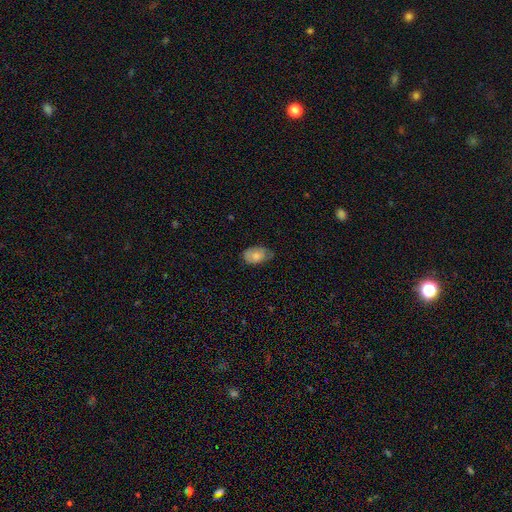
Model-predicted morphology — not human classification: smooth_or_featured: smooth (p=0.74) [alt: featured or disk p=0.18]
how_rounded: in between (p=0.89) [alt: round p=0.09]
merging: none (p=0.58) [alt: minor disturbance p=0.33]